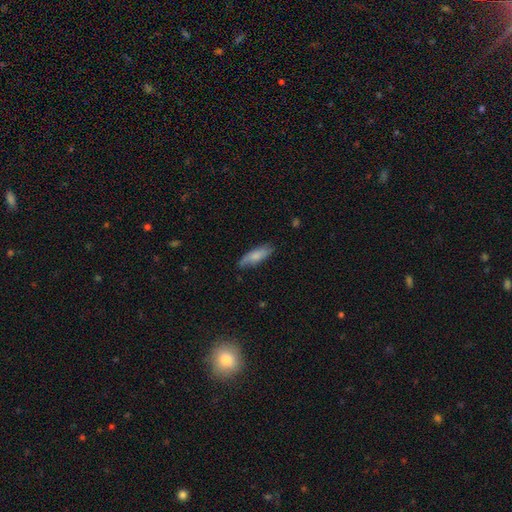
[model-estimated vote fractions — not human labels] Q: Smooth or featured?
A: smooth (77%); runner-up: featured or disk (18%)
Q: How rounded?
A: in between (52%); runner-up: cigar-shaped (46%)
Q: Merging?
A: none (76%); runner-up: minor disturbance (19%)